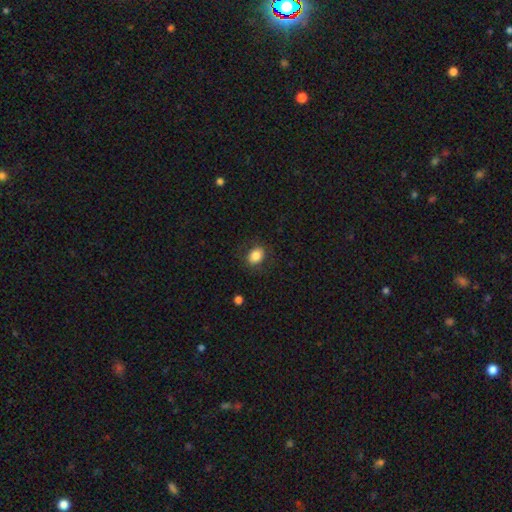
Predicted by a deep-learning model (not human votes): Smooth or featured?
  - smooth: 84% *
  - star or artifact: 9%
  - featured or disk: 7%
How rounded?
  - in between: 61% *
  - round: 38%
  - cigar-shaped: 1%
Merging?
  - none: 83% *
  - minor disturbance: 11%
  - major disturbance: 4%
  - merger: 1%